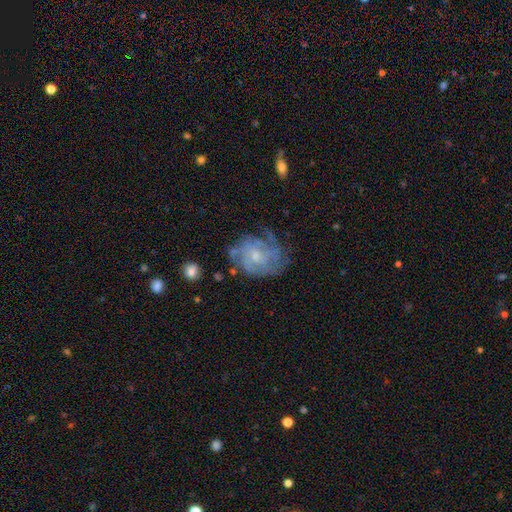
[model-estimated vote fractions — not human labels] smooth-or-featured: featured or disk: 76% | smooth: 16% | star or artifact: 8%
  disk-edge-on: no: 97% | yes: 3%
    bar: no: 69% | weak: 27% | strong: 3%
    has-spiral-arms: yes: 87% | no: 13%
      spiral-winding: tight: 53% | medium: 34% | loose: 13%
      spiral-arm-count: can't tell: 45% | 3: 16% | 4: 16% | 2: 11% | more than 4: 7% | 1: 6%
    bulge-size: small: 59% | moderate: 33% | none: 5% | large: 2% | dominant: 1%
  merging: none: 59% | minor disturbance: 23% | major disturbance: 15% | merger: 3%